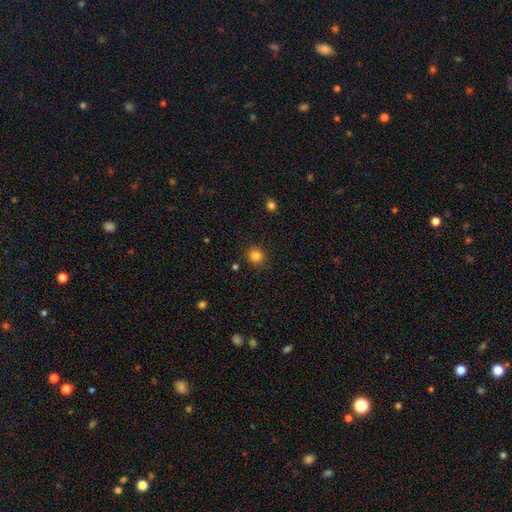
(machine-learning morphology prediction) A smooth galaxy with no disk features (84%) that is round (89%).

Vote fractions:
- Smooth or featured? smooth: 84% / star or artifact: 12% / featured or disk: 4%
- How rounded? round: 89% / in between: 11% / cigar-shaped: 1%
- Merging? none: 87% / minor disturbance: 8% / major disturbance: 3% / merger: 2%